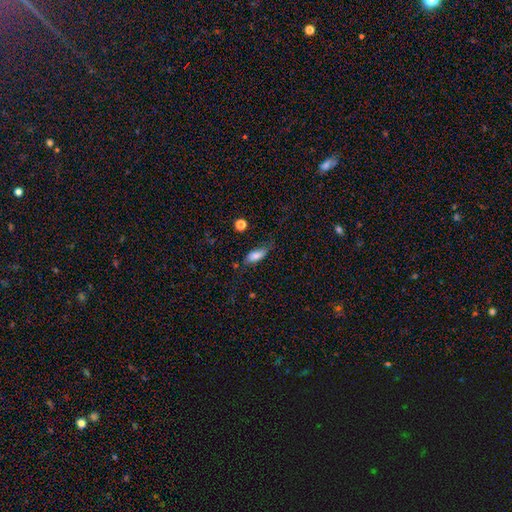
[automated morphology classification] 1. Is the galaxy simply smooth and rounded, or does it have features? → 77% smooth, 15% featured or disk, 9% star or artifact.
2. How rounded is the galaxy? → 80% in between, 17% cigar-shaped, 3% round.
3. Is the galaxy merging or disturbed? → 61% none, 26% minor disturbance, 10% major disturbance, 3% merger.